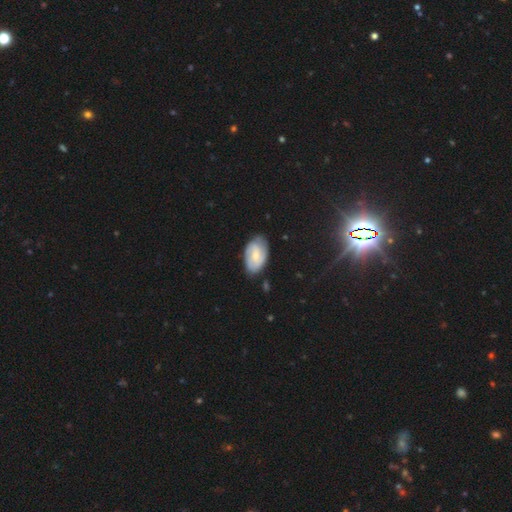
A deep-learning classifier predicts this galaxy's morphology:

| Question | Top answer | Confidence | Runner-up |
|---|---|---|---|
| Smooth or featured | featured or disk | 56% | smooth (38%) |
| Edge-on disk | no | 96% | yes (4%) |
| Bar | weak | 47% | no (42%) |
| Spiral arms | yes | 82% | no (18%) |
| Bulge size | small | 57% | moderate (38%) |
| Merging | none | 72% | minor disturbance (22%) |